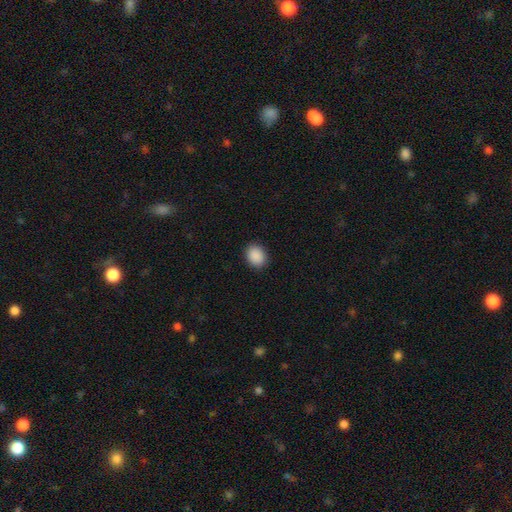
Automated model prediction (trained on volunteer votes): Smooth or featured: smooth — 90% (star or artifact — 8%)
How rounded: in between — 51% (round — 48%)
Merging: none — 89% (minor disturbance — 8%)